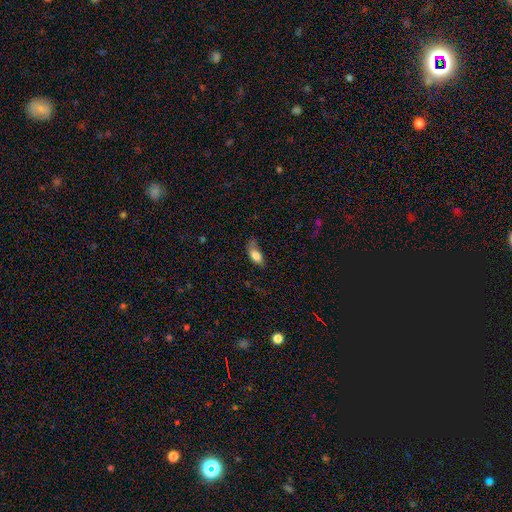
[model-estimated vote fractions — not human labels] This is likely a smooth galaxy (80%). How rounded: clearly in between (87%). Merging: possibly none (46%).